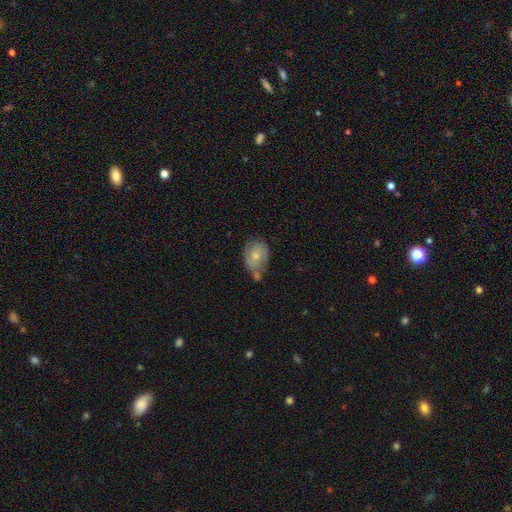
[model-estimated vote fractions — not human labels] A smooth galaxy with no disk features (66%) that is in between round and cigar-shaped (65%). Merging: none (43%).